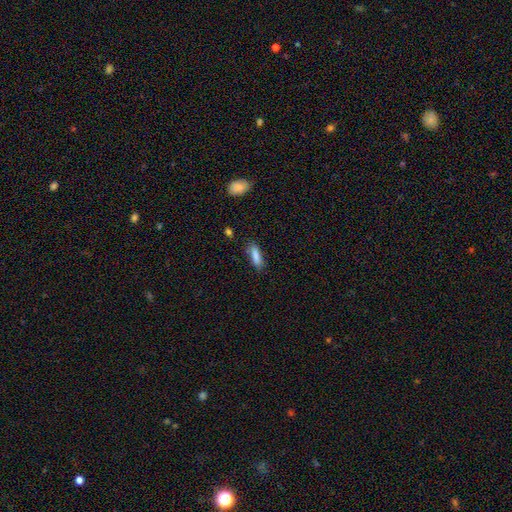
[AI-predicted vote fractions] Smooth or featured: smooth — 84% (featured or disk — 8%)
How rounded: cigar-shaped — 52% (in between — 46%)
Merging: none — 75% (minor disturbance — 18%)